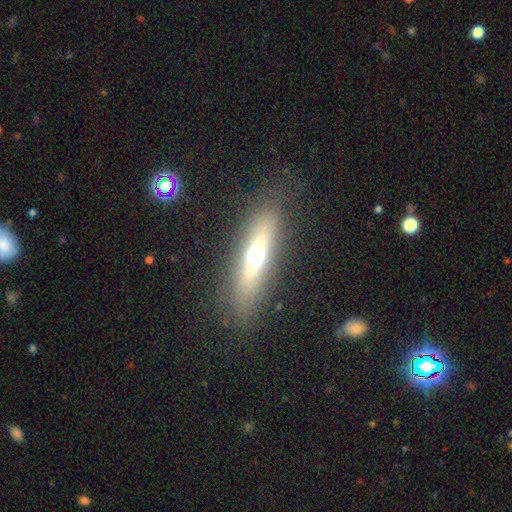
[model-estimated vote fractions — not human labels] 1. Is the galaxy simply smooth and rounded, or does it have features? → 45% featured or disk, 43% smooth, 12% star or artifact.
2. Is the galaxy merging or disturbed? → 84% none, 10% minor disturbance, 5% major disturbance, 1% merger.